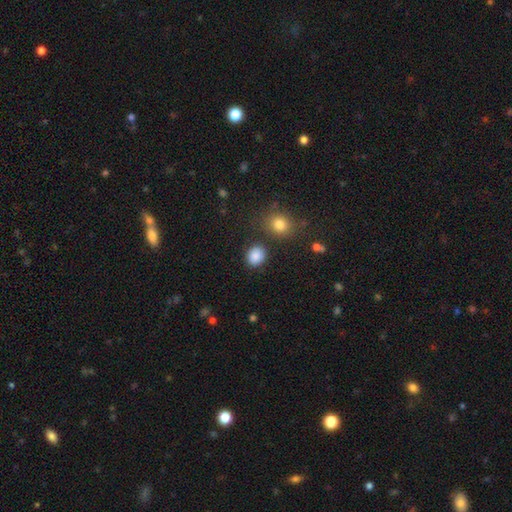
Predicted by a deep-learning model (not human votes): smooth-or-featured: smooth: 87% | star or artifact: 9% | featured or disk: 4%
  how-rounded: round: 67% | in between: 32% | cigar-shaped: 1%
  merging: none: 84% | minor disturbance: 9% | merger: 4% | major disturbance: 3%